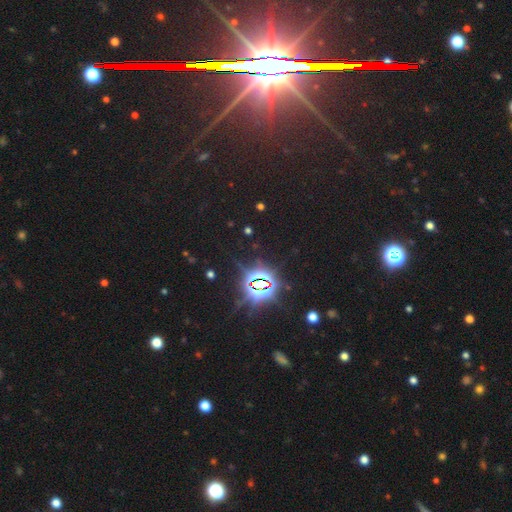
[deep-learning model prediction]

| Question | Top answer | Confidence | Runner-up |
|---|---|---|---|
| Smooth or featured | star or artifact | 80% | smooth (10%) |